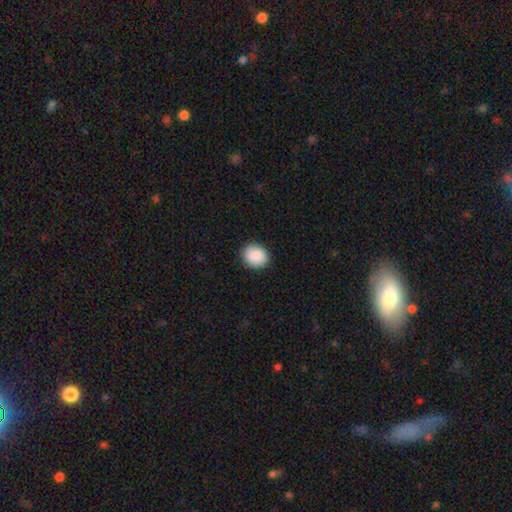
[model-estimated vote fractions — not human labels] smooth-or-featured: smooth: 89% | star or artifact: 7% | featured or disk: 4%
  how-rounded: round: 61% | in between: 38% | cigar-shaped: 1%
  merging: none: 88% | minor disturbance: 9% | major disturbance: 2% | merger: 1%